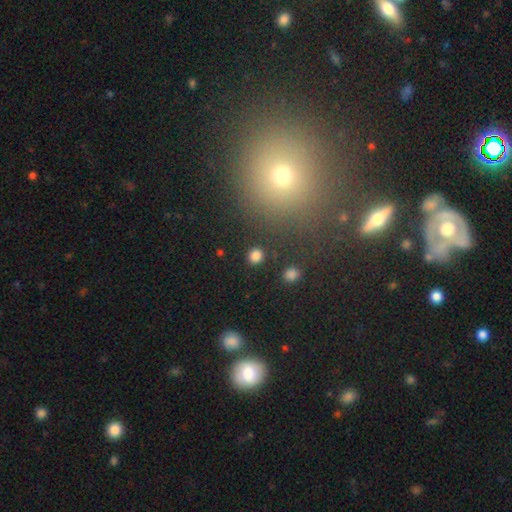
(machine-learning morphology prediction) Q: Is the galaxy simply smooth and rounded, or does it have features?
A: smooth — 82%.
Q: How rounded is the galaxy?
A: round — 89%.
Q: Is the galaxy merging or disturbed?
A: none — 90%.